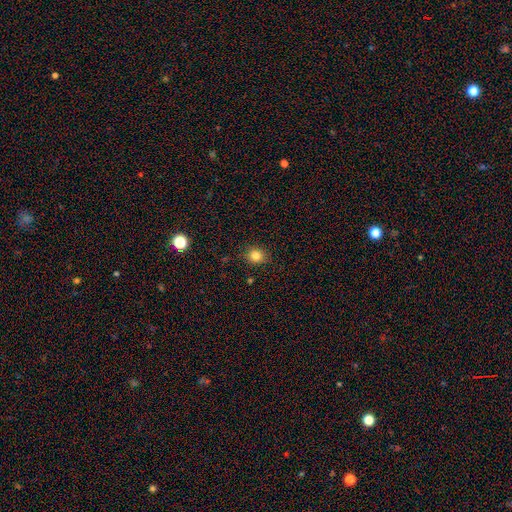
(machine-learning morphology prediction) A smooth galaxy with no disk features (82%) that is round (78%).

Vote fractions:
- Smooth or featured? smooth: 82% / star or artifact: 12% / featured or disk: 6%
- How rounded? round: 78% / in between: 21% / cigar-shaped: 1%
- Merging? none: 88% / minor disturbance: 9% / major disturbance: 2% / merger: 1%